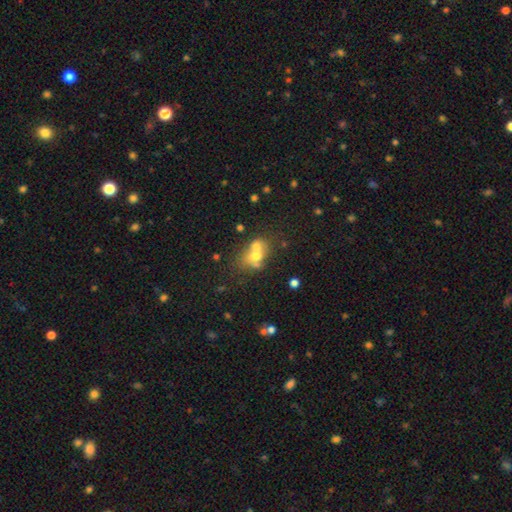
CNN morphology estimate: A smooth galaxy with no disk features (59%) that is round (52%).

Vote fractions:
- Smooth or featured? smooth: 59% / featured or disk: 27% / star or artifact: 14%
- How rounded? round: 52% / in between: 47% / cigar-shaped: 1%
- Merging? merger: 62% / none: 24% / minor disturbance: 8% / major disturbance: 5%